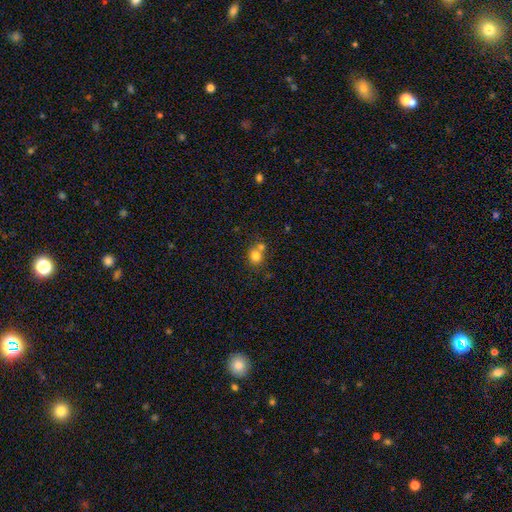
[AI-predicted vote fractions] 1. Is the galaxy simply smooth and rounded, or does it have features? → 78% smooth, 12% star or artifact, 10% featured or disk.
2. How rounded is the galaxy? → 76% round, 23% in between, 1% cigar-shaped.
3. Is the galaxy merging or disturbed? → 47% none, 41% merger, 9% minor disturbance, 3% major disturbance.